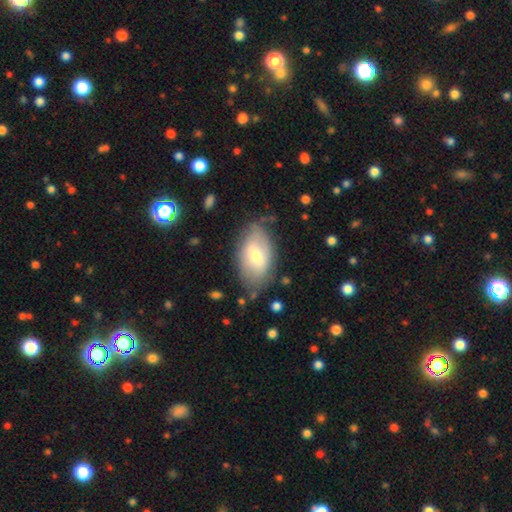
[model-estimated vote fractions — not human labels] This is possibly a smooth galaxy (56%). How rounded: clearly in between (93%). Merging: likely none (70%).